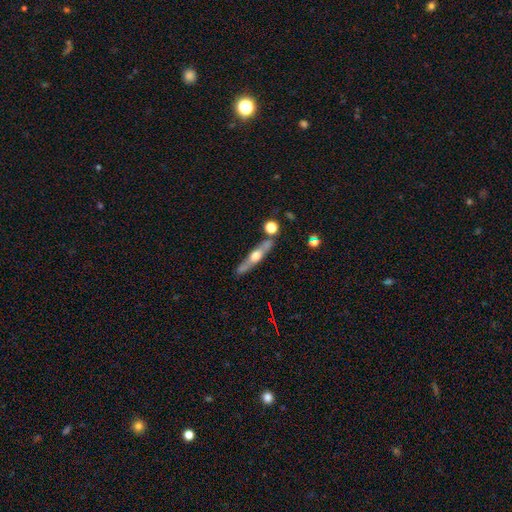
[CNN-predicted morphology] featured or disk 60%, smooth 33%, star or artifact 6%. Down the decision tree: edge-on disk — yes (86%); edge-on bulge — rounded (89%); merging — none (77%).